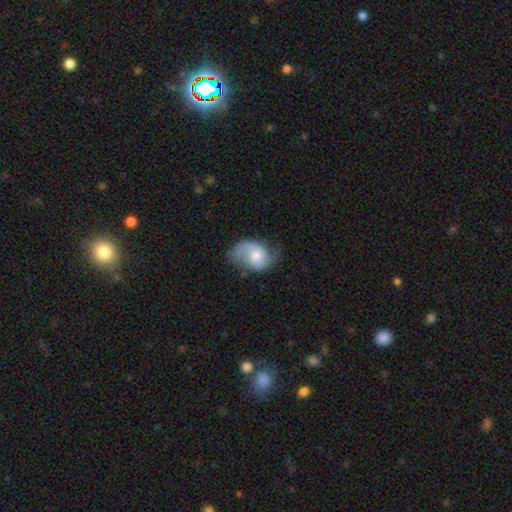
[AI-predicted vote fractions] smooth-or-featured: featured or disk: 64% | smooth: 29% | star or artifact: 7%
  disk-edge-on: no: 97% | yes: 3%
    bar: no: 58% | weak: 35% | strong: 6%
    has-spiral-arms: yes: 90% | no: 10%
      spiral-winding: loose: 45% | medium: 40% | tight: 15%
      spiral-arm-count: 2: 80% | 1: 10% | can't tell: 7% | 3: 1% | 4: 1% | more than 4: 1%
    bulge-size: moderate: 57% | small: 31% | large: 8% | none: 3% | dominant: 1%
  merging: none: 55% | minor disturbance: 28% | major disturbance: 15% | merger: 2%